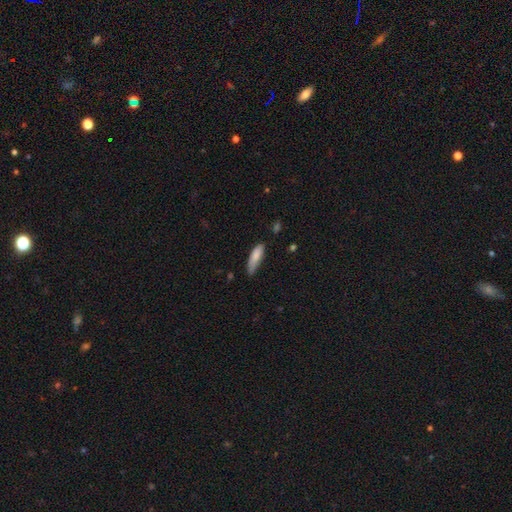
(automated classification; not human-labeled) Smooth or featured: smooth — 82% (featured or disk — 12%)
How rounded: cigar-shaped — 58% (in between — 41%)
Merging: none — 57% (minor disturbance — 34%)